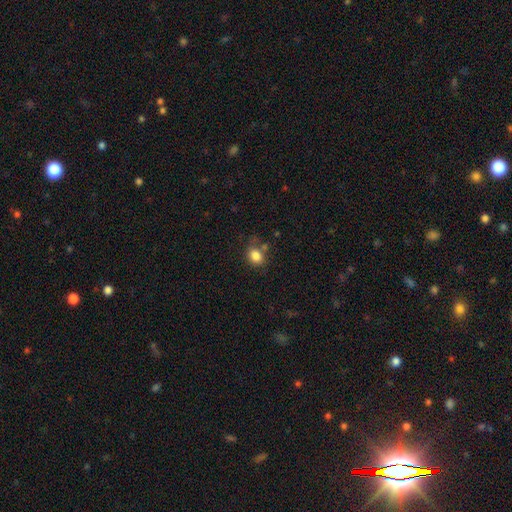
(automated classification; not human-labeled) This appears to be a smooth galaxy with no disk features (83%) that is round (54%). Merging: none (62%).